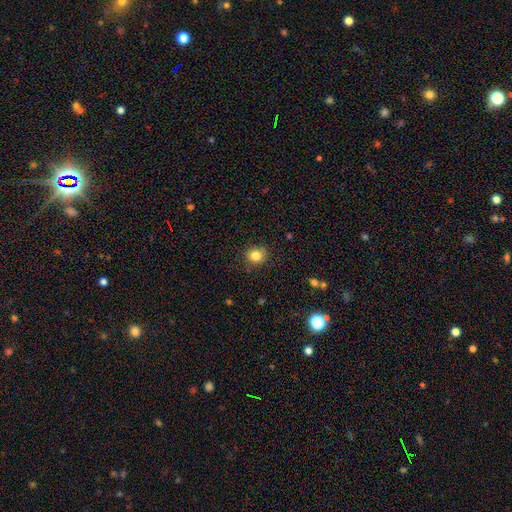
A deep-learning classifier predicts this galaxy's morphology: This is clearly a smooth galaxy (83%). How rounded: clearly round (81%). Merging: clearly none (85%).